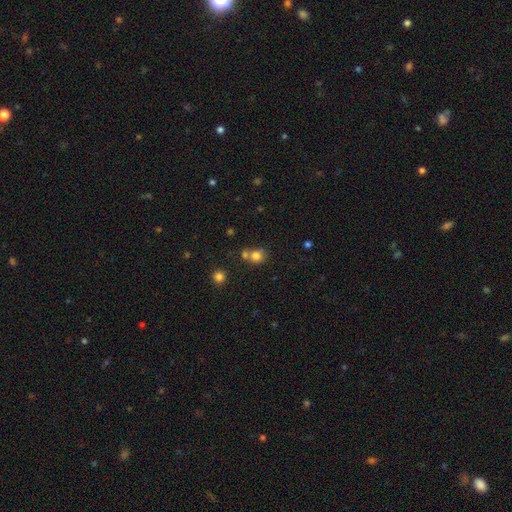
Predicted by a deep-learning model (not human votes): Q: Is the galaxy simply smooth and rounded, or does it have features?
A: smooth — 79%.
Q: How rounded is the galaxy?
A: round — 77%.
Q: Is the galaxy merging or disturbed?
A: none — 50%.